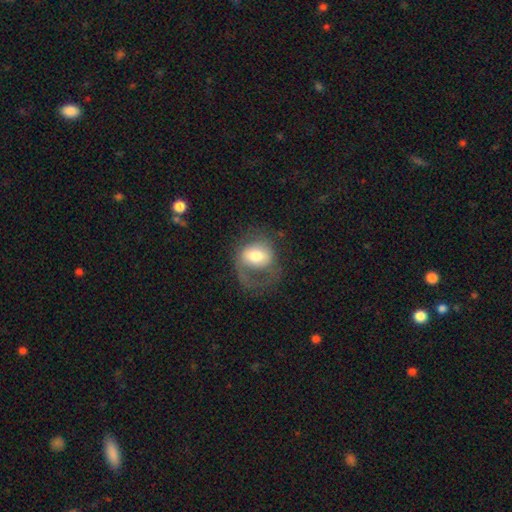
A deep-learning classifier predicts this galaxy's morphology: smooth_or_featured: smooth (p=0.48) [alt: featured or disk p=0.45]
merging: major disturbance (p=0.41) [alt: none p=0.36]